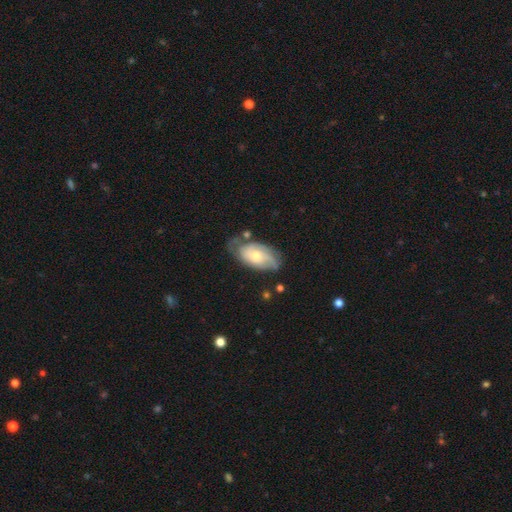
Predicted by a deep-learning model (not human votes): featured or disk 61%, smooth 33%, star or artifact 6%. Down the decision tree: edge-on disk — no (93%); bar — no (72%); spiral arms — yes (81%); bulge size — moderate (62%); merging — none (51%).